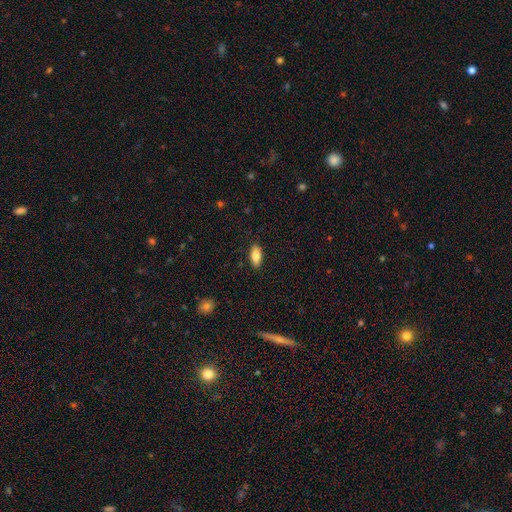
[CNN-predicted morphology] Smooth or featured? Predicted: smooth (p=0.81). How rounded? Predicted: in between (p=0.86). Merging? Predicted: none (p=0.88).